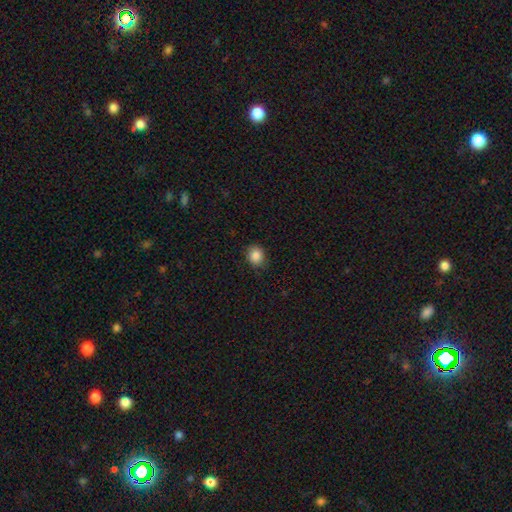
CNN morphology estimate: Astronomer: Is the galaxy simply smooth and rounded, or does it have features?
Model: smooth — 86%.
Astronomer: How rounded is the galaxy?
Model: round — 69%.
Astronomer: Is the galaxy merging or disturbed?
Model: none — 86%.